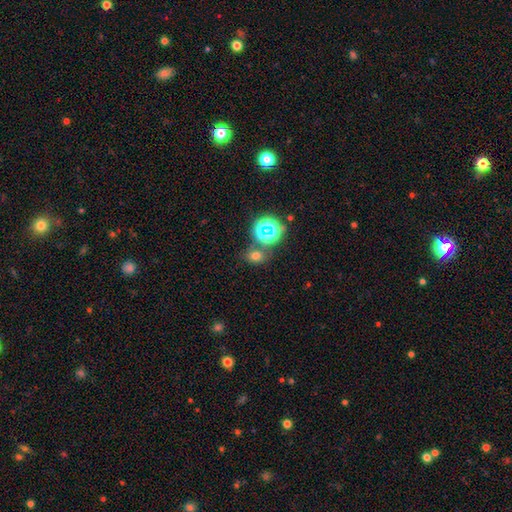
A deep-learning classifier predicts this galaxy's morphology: This is likely a smooth galaxy (63%). How rounded: possibly round (50%). Merging: likely none (71%).